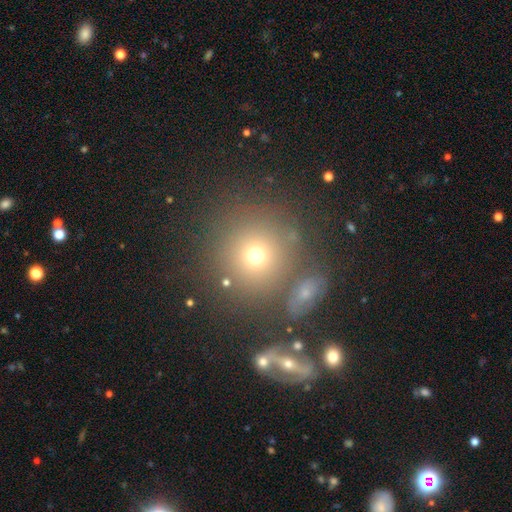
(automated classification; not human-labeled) Overall: smooth (68%). How rounded: round (91%). Merging: none (74%).